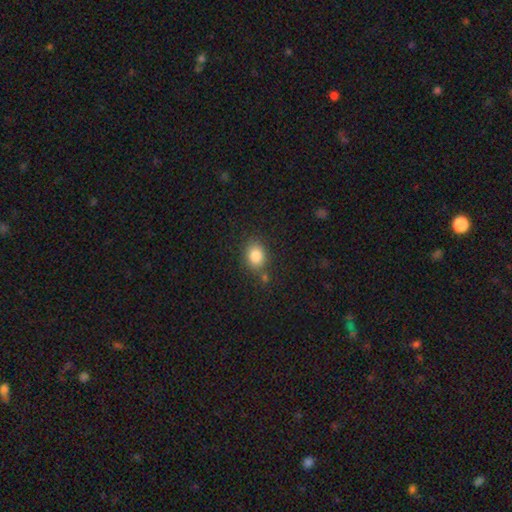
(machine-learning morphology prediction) Smooth or featured: smooth — 85% (star or artifact — 9%)
How rounded: in between — 58% (round — 41%)
Merging: none — 76% (minor disturbance — 13%)